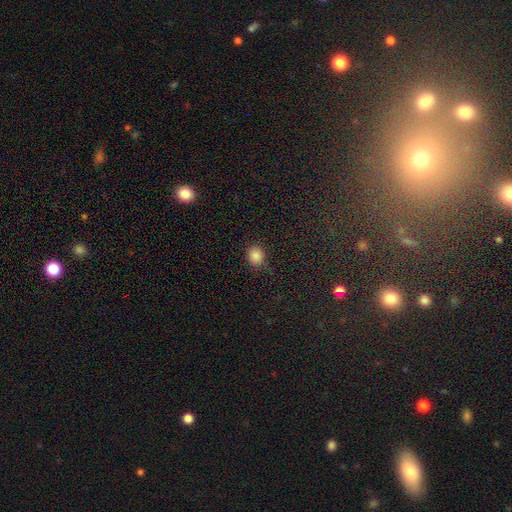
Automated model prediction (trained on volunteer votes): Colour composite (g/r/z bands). It shows a smooth galaxy with no disk features (84%) that is round (76%). Merging: none (75%).